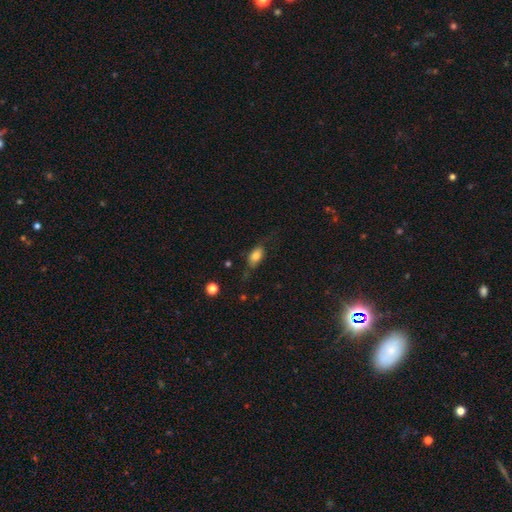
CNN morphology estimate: Smooth or featured?
  - smooth: 78% *
  - featured or disk: 14%
  - star or artifact: 8%
How rounded?
  - in between: 85% *
  - round: 7%
  - cigar-shaped: 7%
Merging?
  - none: 59% *
  - minor disturbance: 26%
  - major disturbance: 13%
  - merger: 2%